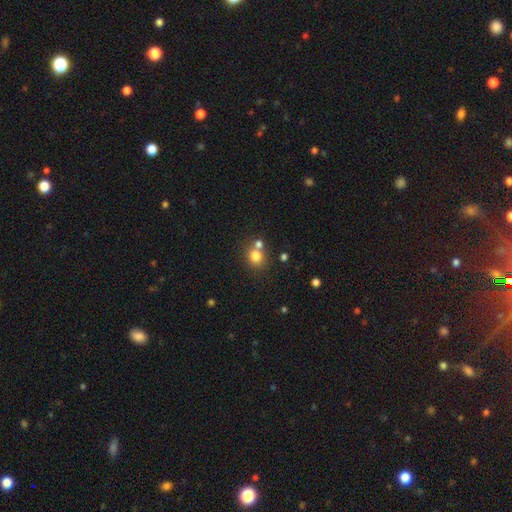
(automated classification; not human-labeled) Smooth or featured: smooth — 79% (star or artifact — 12%)
How rounded: round — 78% (in between — 22%)
Merging: none — 58% (merger — 30%)